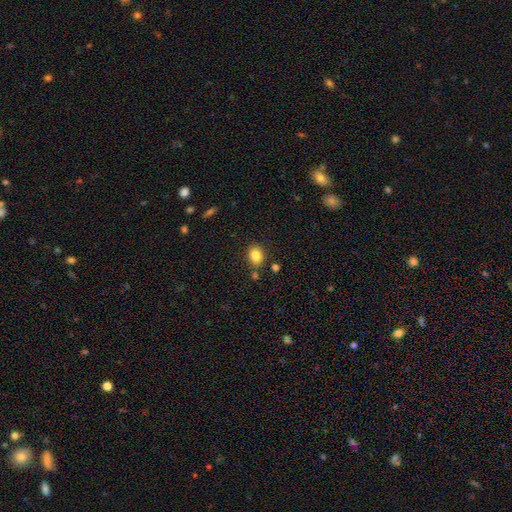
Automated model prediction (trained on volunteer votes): A smooth galaxy with no disk features (84%) that is in between round and cigar-shaped (55%).

Vote fractions:
- Smooth or featured? smooth: 84% / star or artifact: 10% / featured or disk: 6%
- How rounded? in between: 55% / round: 44% / cigar-shaped: 1%
- Merging? none: 81% / minor disturbance: 11% / merger: 6% / major disturbance: 3%